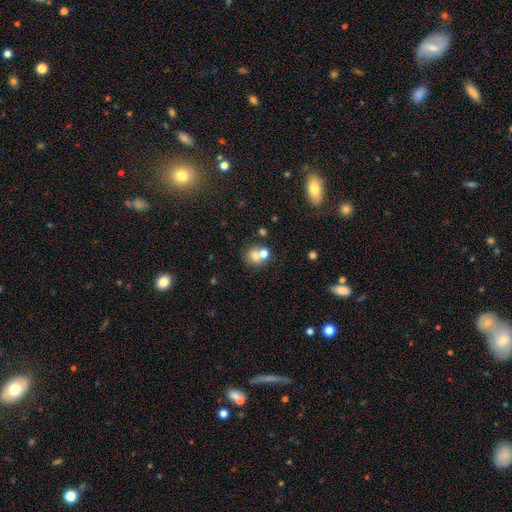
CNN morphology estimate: Smooth or featured? Predicted: smooth (p=0.70). How rounded? Predicted: round (p=0.77). Merging? Predicted: merger (p=0.46).